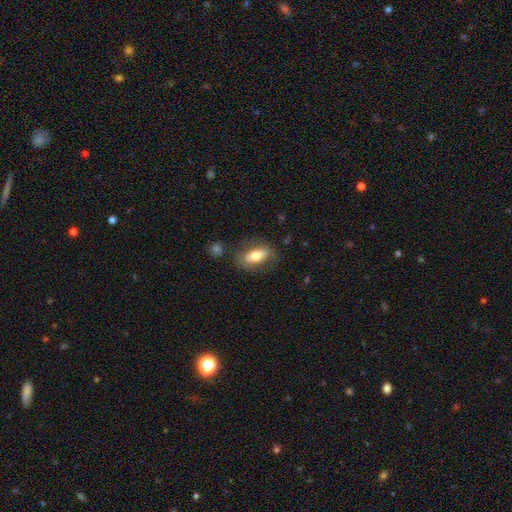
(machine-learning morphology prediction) The model was most divided on "smooth or featured": smooth: 64%, featured or disk: 29%, star or artifact: 7%. More confident: how rounded — in between (80%); merging — none (73%).